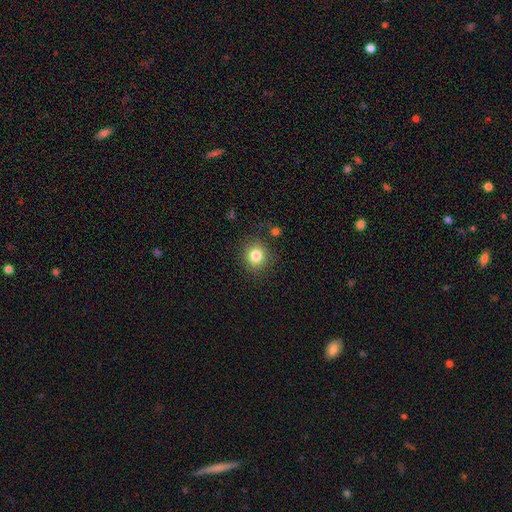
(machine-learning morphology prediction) Smooth or featured?
  - smooth: 83% *
  - star or artifact: 11%
  - featured or disk: 6%
How rounded?
  - round: 85% *
  - in between: 14%
  - cigar-shaped: 1%
Merging?
  - none: 86% *
  - minor disturbance: 9%
  - major disturbance: 3%
  - merger: 2%